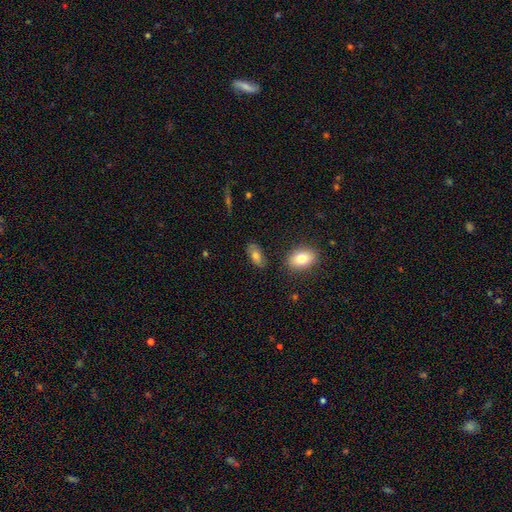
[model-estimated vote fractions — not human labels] smooth-or-featured: smooth: 74% | featured or disk: 17% | star or artifact: 9%
  how-rounded: in between: 91% | cigar-shaped: 5% | round: 5%
  merging: none: 80% | minor disturbance: 14% | major disturbance: 3% | merger: 3%